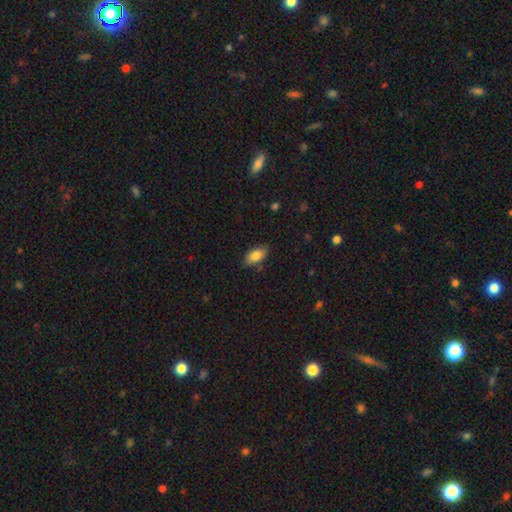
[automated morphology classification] Smooth or featured: smooth — 83% (featured or disk — 10%)
How rounded: in between — 91% (cigar-shaped — 6%)
Merging: none — 83% (minor disturbance — 13%)